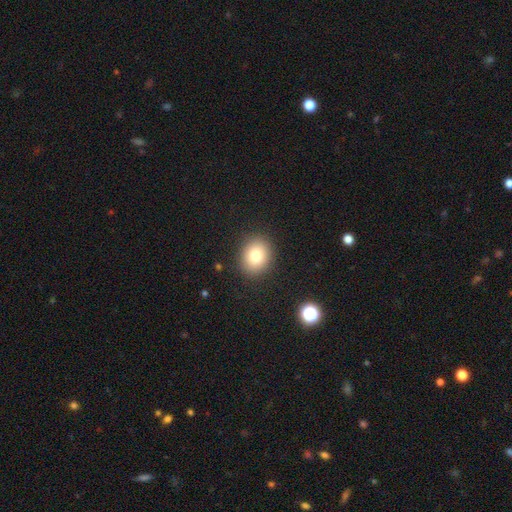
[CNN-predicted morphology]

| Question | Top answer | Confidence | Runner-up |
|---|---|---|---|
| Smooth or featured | smooth | 80% | star or artifact (11%) |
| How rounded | round | 61% | in between (38%) |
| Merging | none | 89% | minor disturbance (7%) |